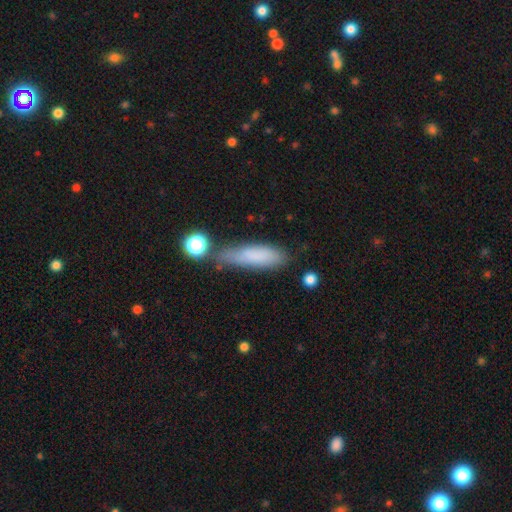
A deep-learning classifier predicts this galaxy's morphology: Smooth or featured?
  - smooth: 77% *
  - featured or disk: 15%
  - star or artifact: 9%
How rounded?
  - cigar-shaped: 67% *
  - in between: 31%
  - round: 2%
Merging?
  - none: 58% *
  - minor disturbance: 25%
  - merger: 9%
  - major disturbance: 8%